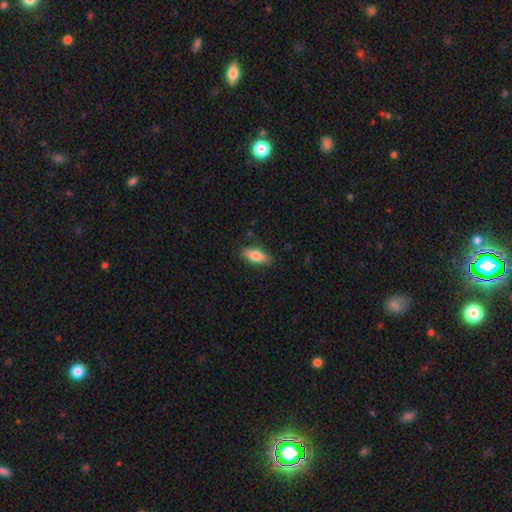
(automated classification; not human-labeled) Q: Smooth or featured?
A: smooth (75%); runner-up: featured or disk (18%)
Q: How rounded?
A: in between (71%); runner-up: cigar-shaped (26%)
Q: Merging?
A: none (85%); runner-up: minor disturbance (11%)